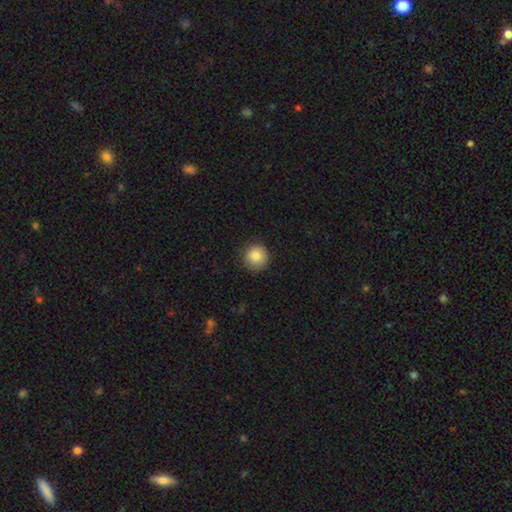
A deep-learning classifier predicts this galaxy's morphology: The model was most divided on "smooth or featured": smooth: 86%, star or artifact: 9%, featured or disk: 5%. More confident: how rounded — round (94%); merging — none (87%).